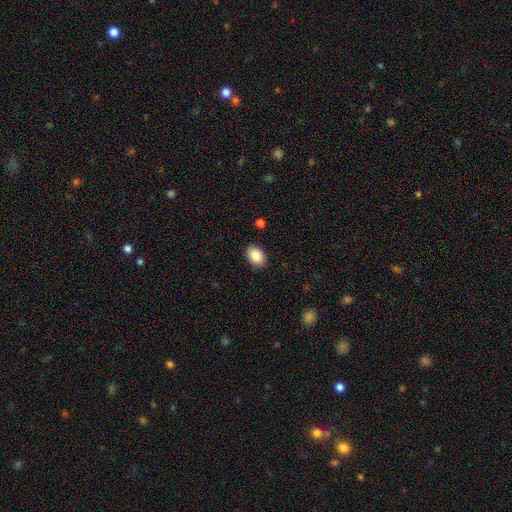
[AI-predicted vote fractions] This appears to be a smooth galaxy with no disk features (88%) that is in between round and cigar-shaped (79%). Merging: none (88%).